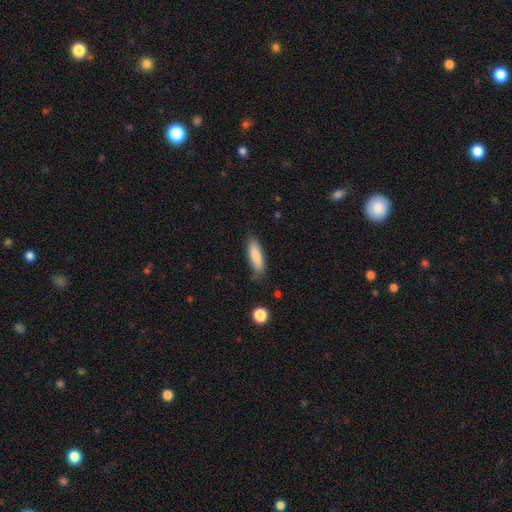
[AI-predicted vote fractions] smooth 84%, featured or disk 9%, star or artifact 6%. Down the decision tree: how rounded — cigar-shaped (57%); merging — none (78%).